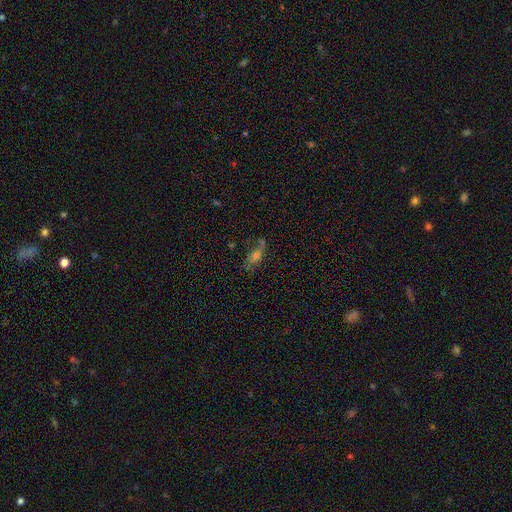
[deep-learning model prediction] A smooth galaxy with no disk features (46%). Merging: none (59%).